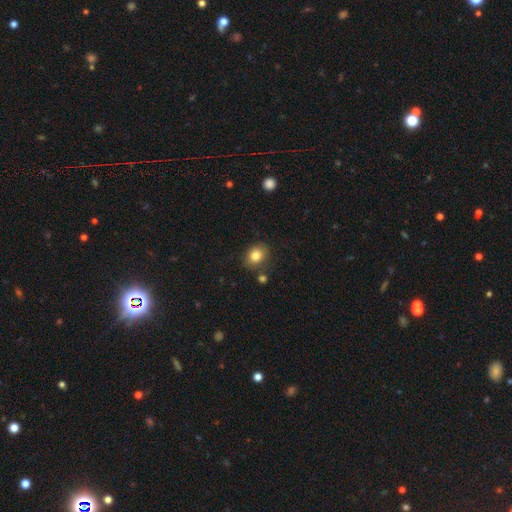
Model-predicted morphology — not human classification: This is clearly a smooth galaxy (83%). How rounded: possibly round (50%). Merging: clearly none (80%).